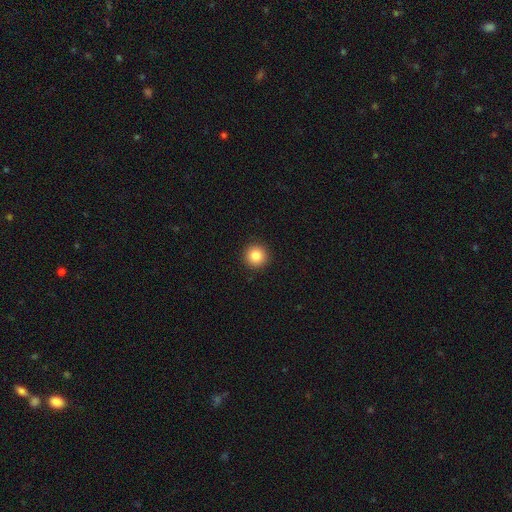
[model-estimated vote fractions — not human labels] smooth-or-featured: smooth: 85% | star or artifact: 10% | featured or disk: 5%
  how-rounded: round: 96% | in between: 4% | cigar-shaped: 1%
  merging: none: 93% | minor disturbance: 5% | major disturbance: 2% | merger: 1%